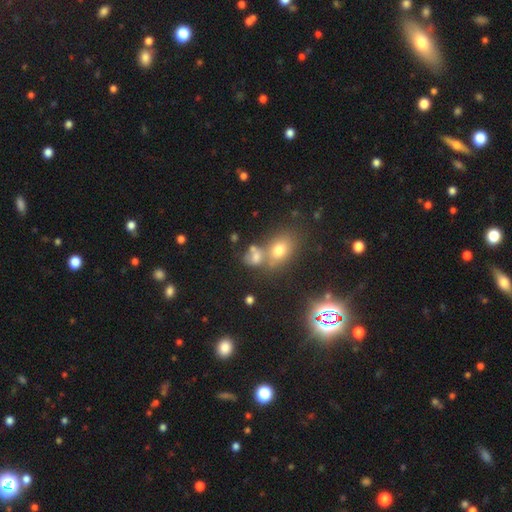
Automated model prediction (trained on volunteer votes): Overall: smooth (61%). How rounded: in between (60%; round 38%). Merging: merger (42%; none 36%).